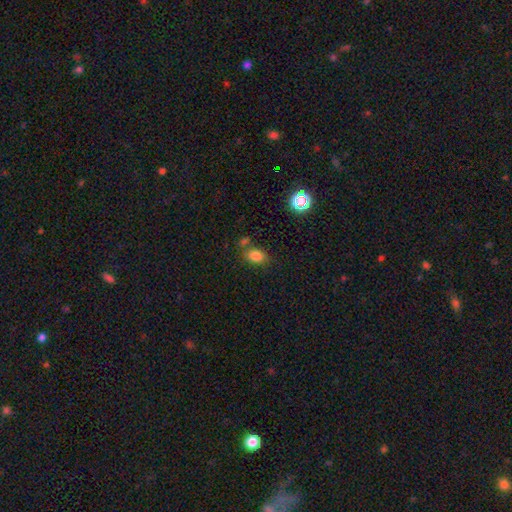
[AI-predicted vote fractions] smooth-or-featured: smooth: 80% | star or artifact: 12% | featured or disk: 7%
  how-rounded: in between: 74% | round: 25% | cigar-shaped: 1%
  merging: none: 67% | minor disturbance: 14% | merger: 14% | major disturbance: 4%